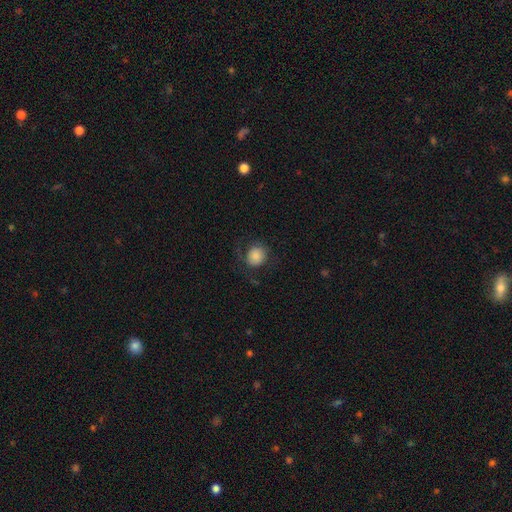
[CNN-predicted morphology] Smooth or featured? smooth (78%)
How rounded? round (84%)
Merging? none (68%)